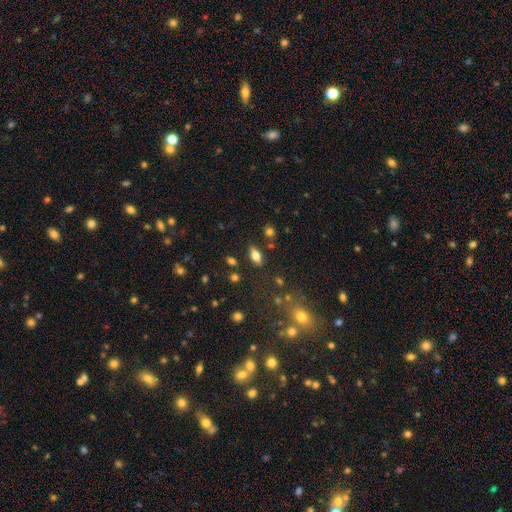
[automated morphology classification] type=smooth (64%); roundness=in between (83%); merging=none (82%).